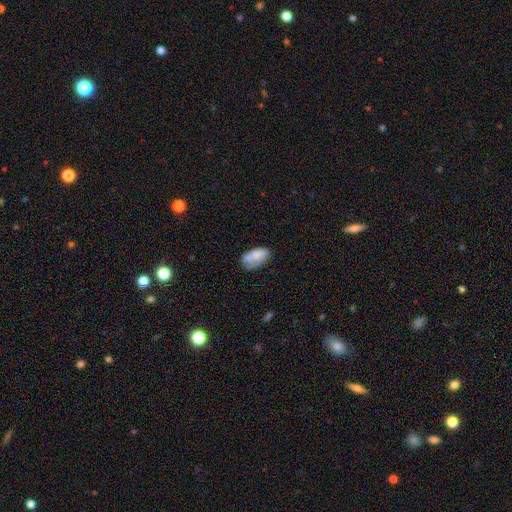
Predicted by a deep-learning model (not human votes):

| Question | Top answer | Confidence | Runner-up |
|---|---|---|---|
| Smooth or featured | smooth | 72% | featured or disk (20%) |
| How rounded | in between | 93% | round (5%) |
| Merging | none | 50% | minor disturbance (27%) |